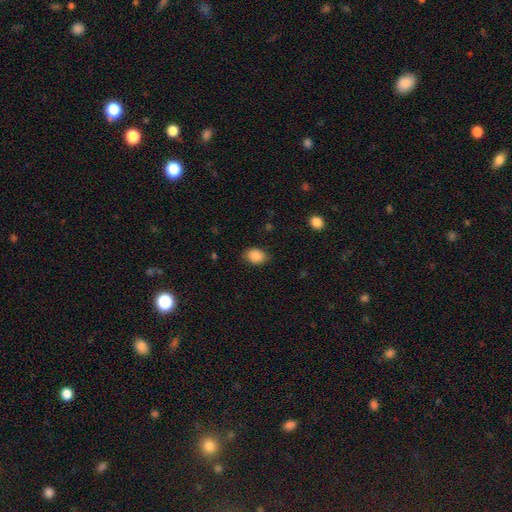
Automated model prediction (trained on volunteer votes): Smooth or featured?
  - smooth: 88% *
  - star or artifact: 8%
  - featured or disk: 5%
How rounded?
  - in between: 74% *
  - round: 25%
  - cigar-shaped: 1%
Merging?
  - none: 83% *
  - minor disturbance: 13%
  - major disturbance: 3%
  - merger: 1%